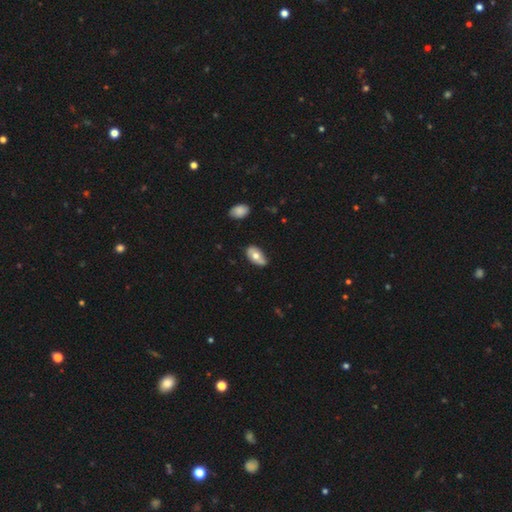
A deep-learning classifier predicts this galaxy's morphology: Overall: smooth (63%; featured or disk 30%). How rounded: in between (92%). Merging: none (61%; minor disturbance 30%).